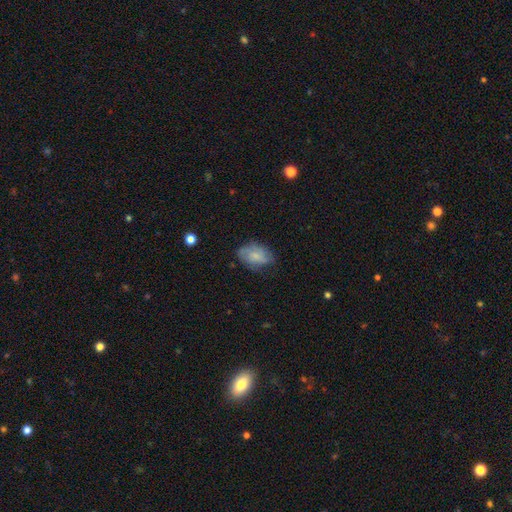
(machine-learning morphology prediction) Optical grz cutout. It shows a smooth galaxy with no disk features (62%) that is in between round and cigar-shaped (87%). Merging: none (62%).